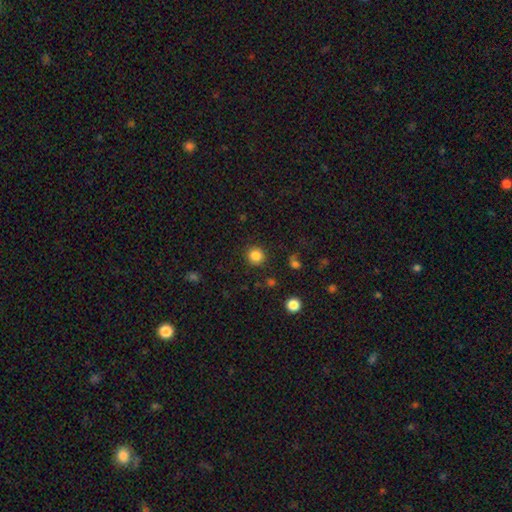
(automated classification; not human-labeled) Smooth or featured? Predicted: smooth (p=0.85). How rounded? Predicted: round (p=0.92). Merging? Predicted: none (p=0.90).